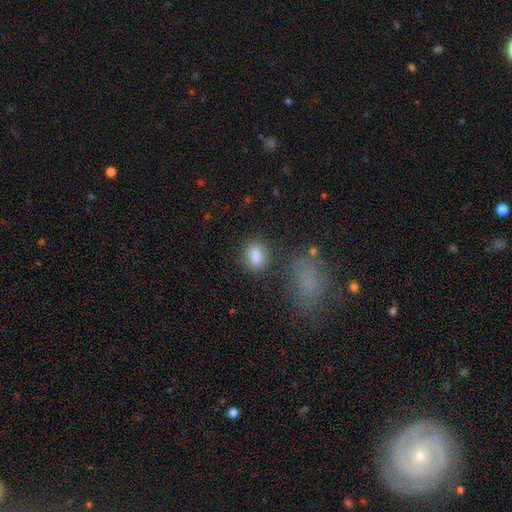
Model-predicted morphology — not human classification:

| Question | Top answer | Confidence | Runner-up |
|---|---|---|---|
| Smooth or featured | smooth | 84% | star or artifact (9%) |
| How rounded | in between | 57% | round (41%) |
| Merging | none | 76% | minor disturbance (12%) |